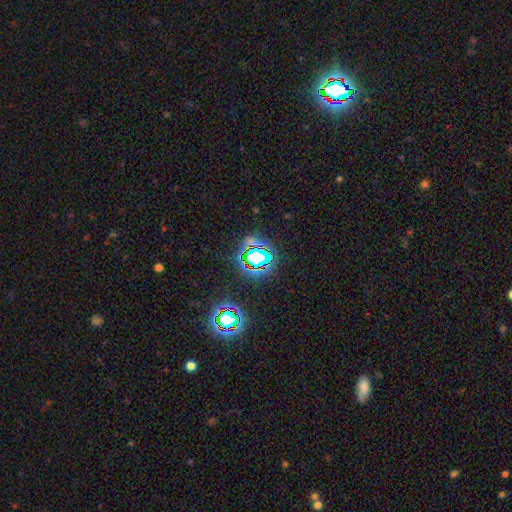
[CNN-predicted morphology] This is likely a star or artifact rather than a galaxy (66%).